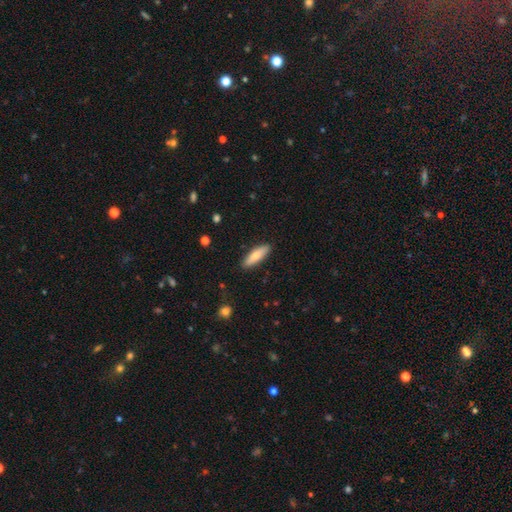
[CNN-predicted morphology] A smooth galaxy with no disk features (73%) that is cigar-shaped (55%).

Vote fractions:
- Smooth or featured? smooth: 73% / featured or disk: 21% / star or artifact: 6%
- How rounded? cigar-shaped: 55% / in between: 44% / round: 2%
- Merging? none: 89% / minor disturbance: 8% / major disturbance: 2% / merger: 1%